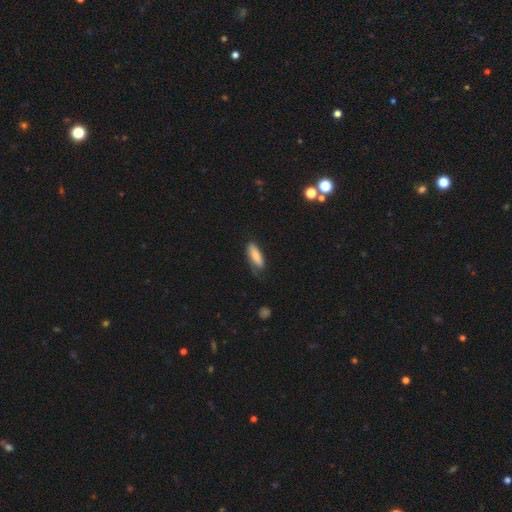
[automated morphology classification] Smooth or featured? smooth (79%)
How rounded? in between (54%)
Merging? none (55%)